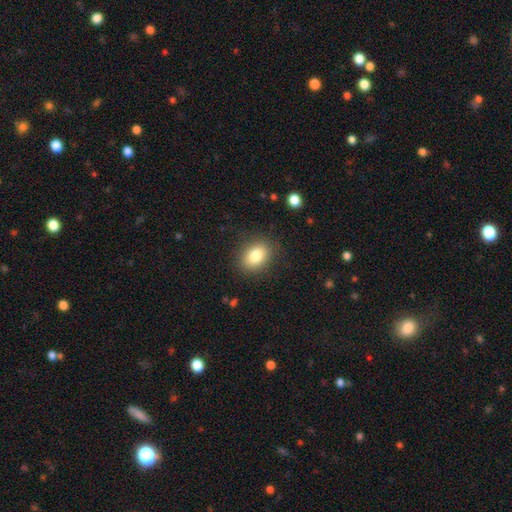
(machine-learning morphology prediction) A smooth galaxy with no disk features (81%) that is in between round and cigar-shaped (67%). Merging: none (85%).